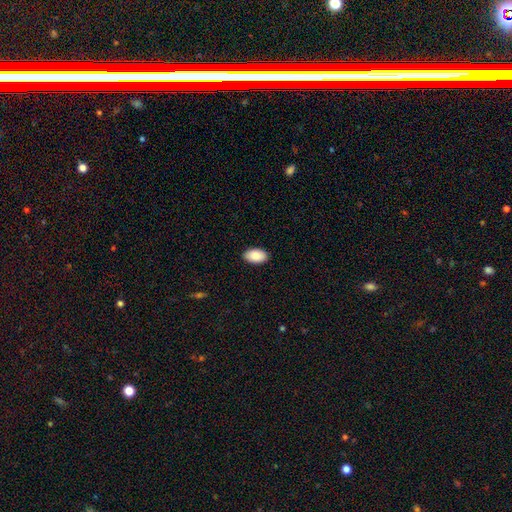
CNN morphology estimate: The model was most divided on "merging": none: 89%, minor disturbance: 8%, major disturbance: 2%, merger: 1%. More confident: how rounded — in between (95%); smooth or featured — smooth (89%).